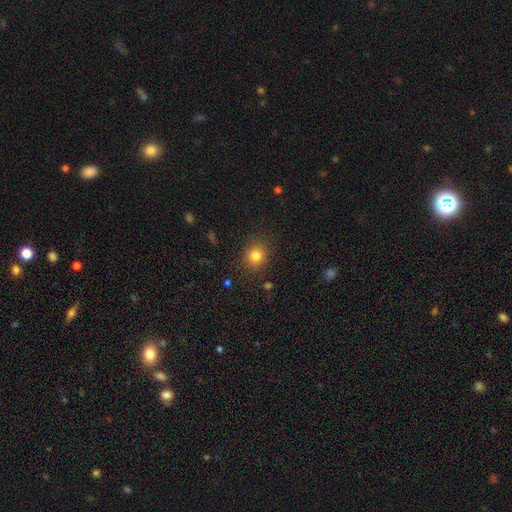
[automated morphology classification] smooth-or-featured: smooth: 81% | star or artifact: 13% | featured or disk: 7%
  how-rounded: round: 81% | in between: 18% | cigar-shaped: 1%
  merging: none: 87% | minor disturbance: 9% | major disturbance: 3% | merger: 1%